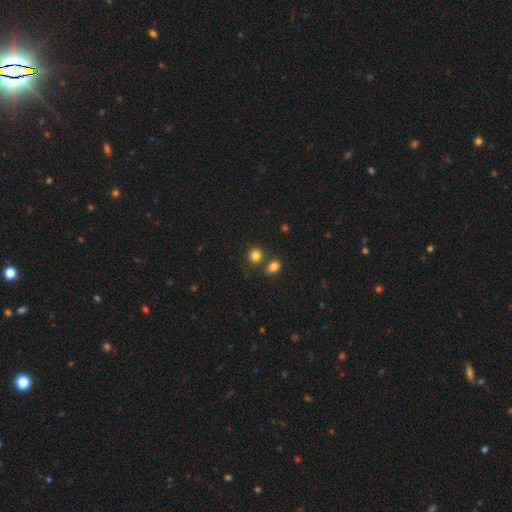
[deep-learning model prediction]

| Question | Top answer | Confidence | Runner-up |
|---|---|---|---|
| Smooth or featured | smooth | 82% | star or artifact (13%) |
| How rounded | round | 79% | in between (20%) |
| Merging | none | 69% | merger (20%) |